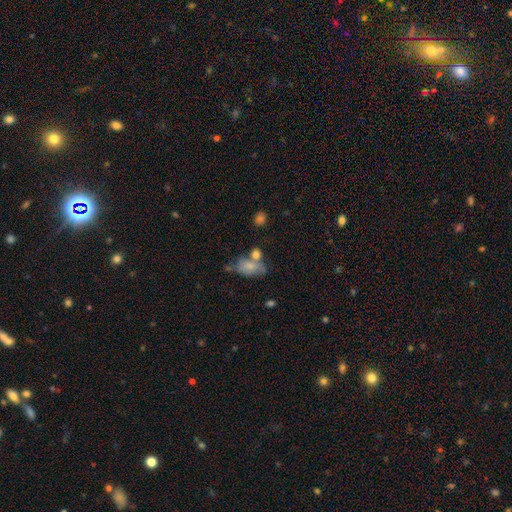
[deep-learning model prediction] Overall: smooth (65%). How rounded: in between (81%). Merging: none (37%; merger 29%).